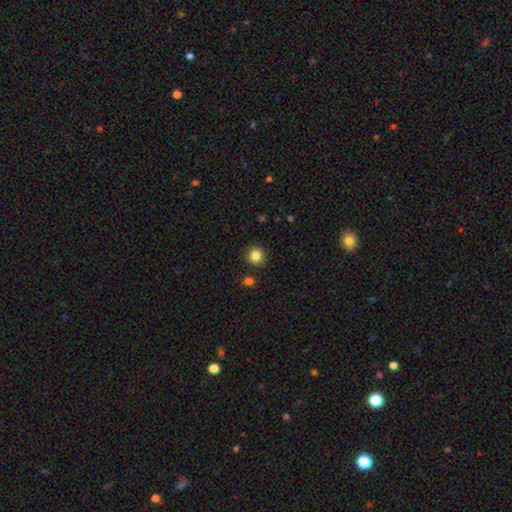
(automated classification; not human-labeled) Q: Smooth or featured?
A: smooth (84%); runner-up: star or artifact (11%)
Q: How rounded?
A: round (90%); runner-up: in between (9%)
Q: Merging?
A: none (89%); runner-up: minor disturbance (7%)